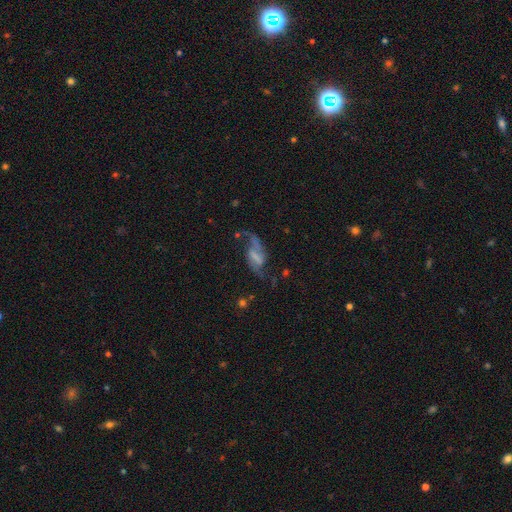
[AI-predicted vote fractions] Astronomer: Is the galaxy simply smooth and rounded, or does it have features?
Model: featured or disk — 79%.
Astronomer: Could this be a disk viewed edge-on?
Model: no — 96%.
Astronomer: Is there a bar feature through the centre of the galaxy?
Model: weak — 43% (runner-up: strong, 38%).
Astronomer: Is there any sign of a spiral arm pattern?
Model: yes — 92%.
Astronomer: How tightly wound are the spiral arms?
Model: loose — 69%.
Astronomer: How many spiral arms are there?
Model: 2 — 88%.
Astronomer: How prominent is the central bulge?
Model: none — 51%.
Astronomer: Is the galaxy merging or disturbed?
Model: none — 58%.